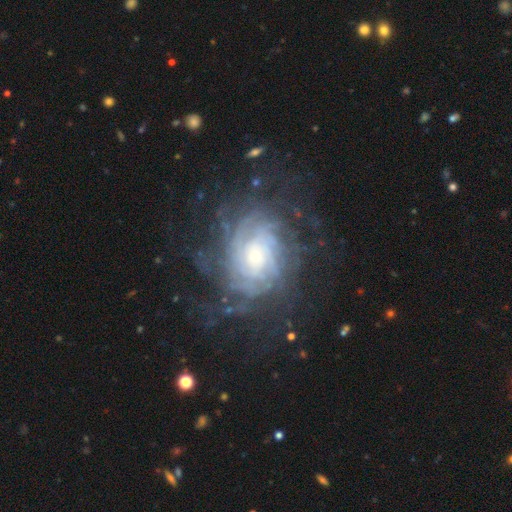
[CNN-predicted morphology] Overall: featured or disk (84%). Edge-on disk: no (97%). Bar: no (75%). Spiral arms: yes (95%). Spiral arm count: can't tell (39%; more than 4 22%). Spiral winding: tight (71%). Bulge size: small (62%; moderate 28%). Merging: none (69%).